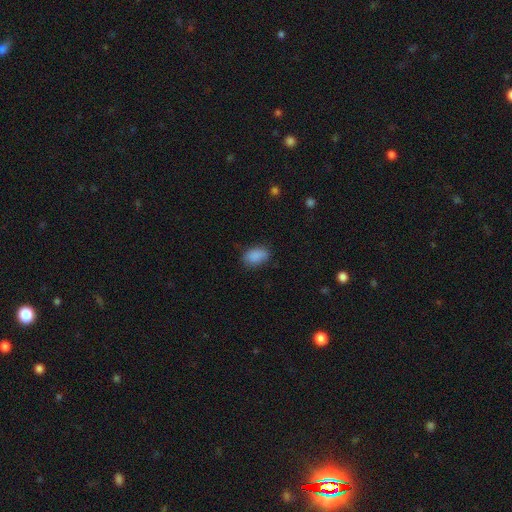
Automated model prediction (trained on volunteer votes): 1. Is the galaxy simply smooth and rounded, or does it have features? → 88% smooth, 8% star or artifact, 4% featured or disk.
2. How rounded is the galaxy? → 89% in between, 9% round, 2% cigar-shaped.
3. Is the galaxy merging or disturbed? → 80% none, 15% minor disturbance, 4% major disturbance, 1% merger.